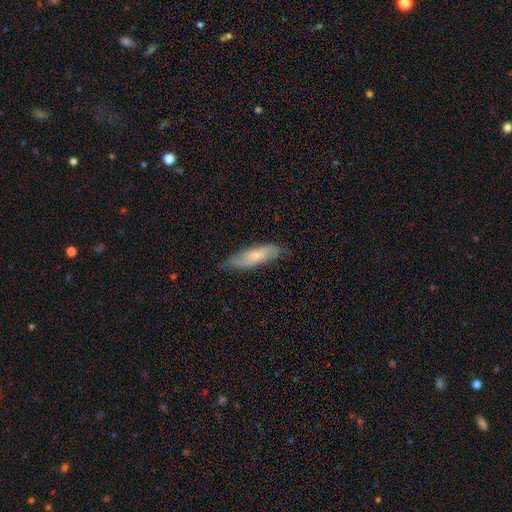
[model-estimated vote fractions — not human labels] Overall: smooth (54%; featured or disk 40%). How rounded: cigar-shaped (54%; in between 45%). Merging: none (70%).